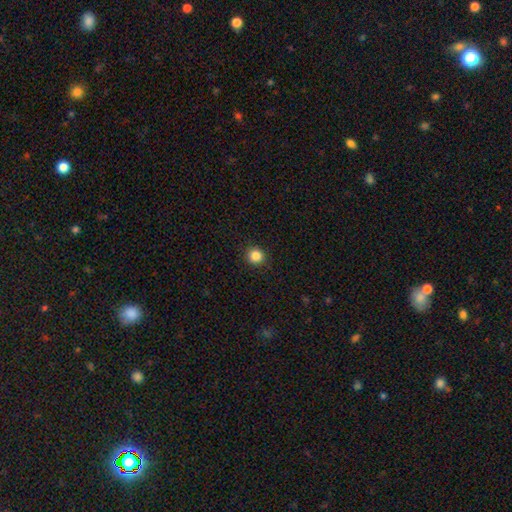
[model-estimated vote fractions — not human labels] This is clearly a smooth galaxy (85%). How rounded: clearly round (93%). Merging: clearly none (92%).